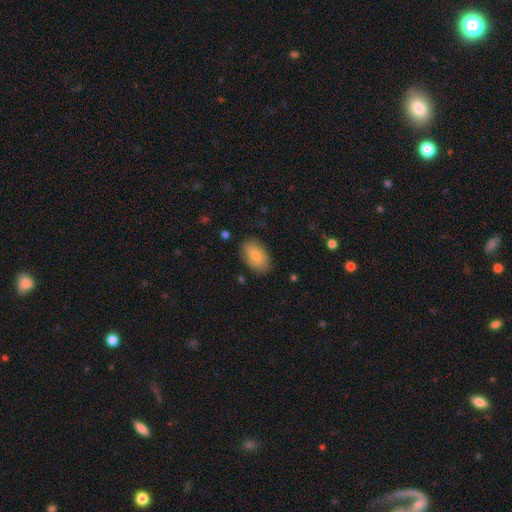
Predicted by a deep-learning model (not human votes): Smooth or featured?
  - smooth: 82% *
  - featured or disk: 12%
  - star or artifact: 6%
How rounded?
  - in between: 93% *
  - round: 6%
  - cigar-shaped: 2%
Merging?
  - none: 82% *
  - minor disturbance: 14%
  - major disturbance: 3%
  - merger: 1%